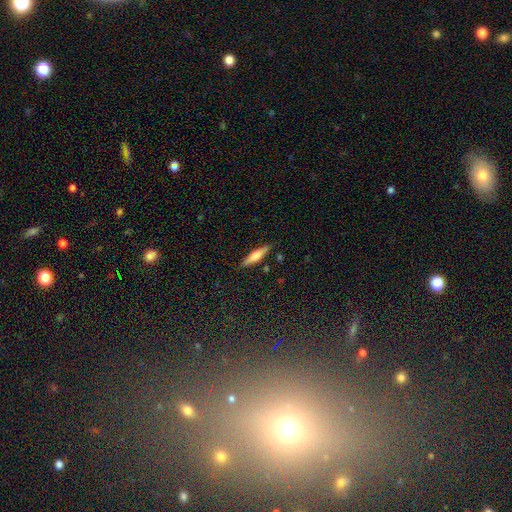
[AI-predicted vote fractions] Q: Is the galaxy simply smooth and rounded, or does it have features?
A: smooth — 57%.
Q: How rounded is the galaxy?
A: cigar-shaped — 81%.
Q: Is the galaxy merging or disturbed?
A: none — 86%.